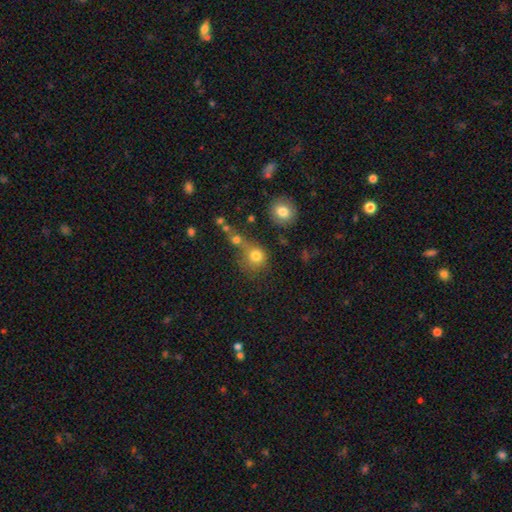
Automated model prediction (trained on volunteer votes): Morphology: type=smooth (77%); roundness=round (87%); merging=none (48%).